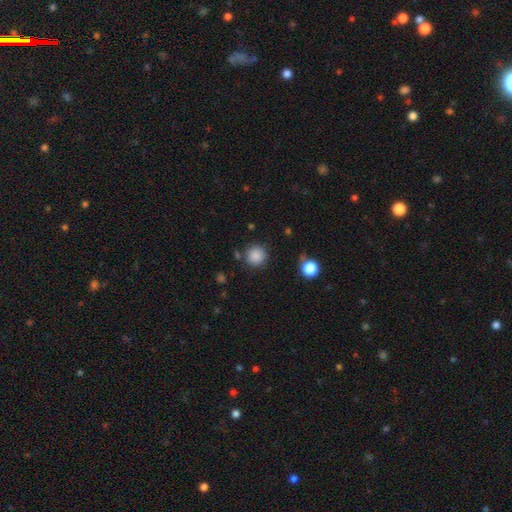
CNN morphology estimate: Overall: smooth (86%). How rounded: round (94%). Merging: none (84%).